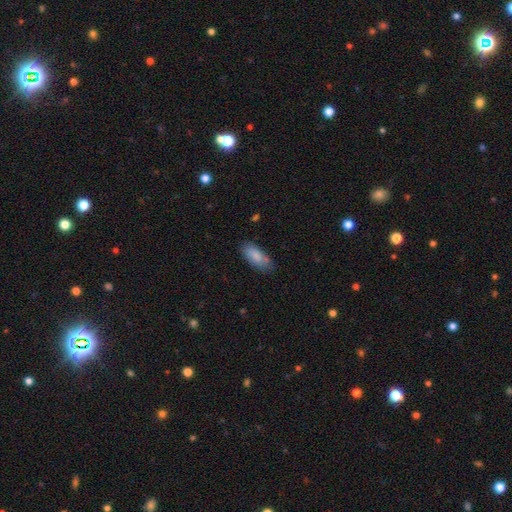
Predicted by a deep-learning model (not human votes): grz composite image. It shows a smooth galaxy with no disk features (85%) that is in between round and cigar-shaped (82%). Merging: none (72%).